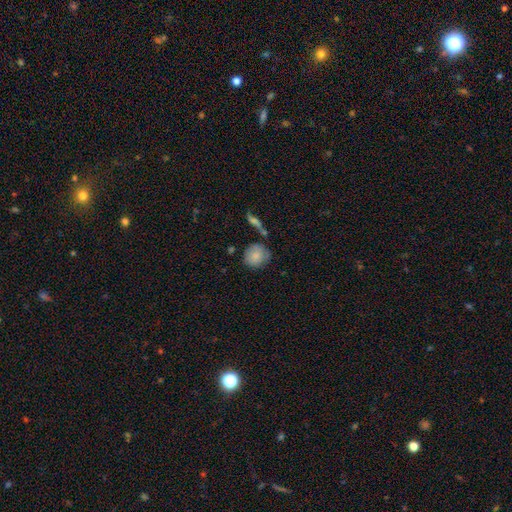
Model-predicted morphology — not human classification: This is clearly a smooth galaxy (82%). How rounded: clearly round (83%). Merging: likely none (64%).